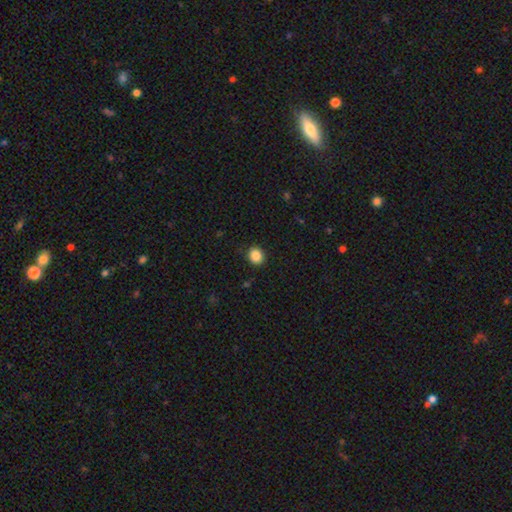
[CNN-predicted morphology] Smooth or featured? smooth (87%)
How rounded? round (75%)
Merging? none (90%)